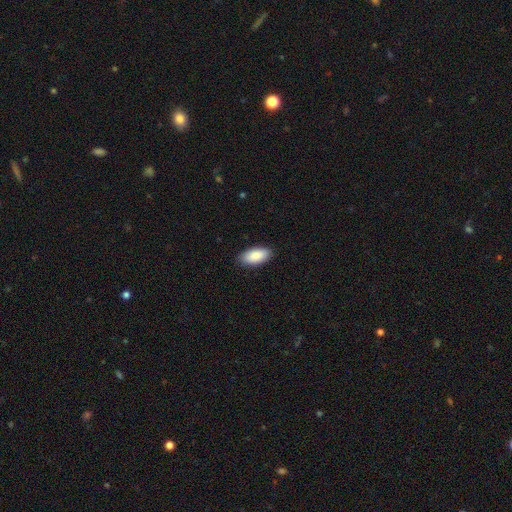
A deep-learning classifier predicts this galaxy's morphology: Overall: smooth (89%). How rounded: in between (91%). Merging: none (88%).